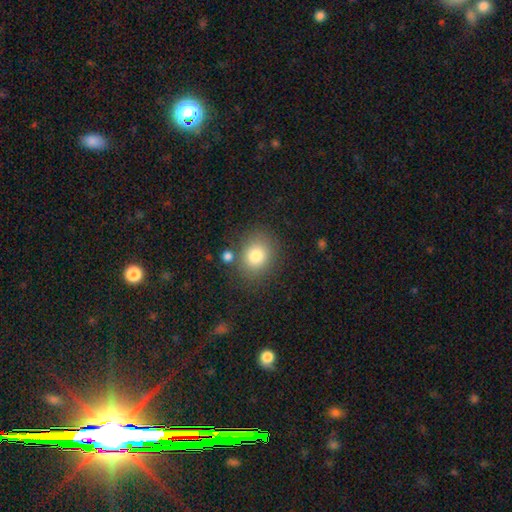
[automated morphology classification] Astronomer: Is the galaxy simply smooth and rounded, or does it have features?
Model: smooth — 80%.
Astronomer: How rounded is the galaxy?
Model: round — 70%.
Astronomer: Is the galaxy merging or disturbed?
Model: none — 76%.